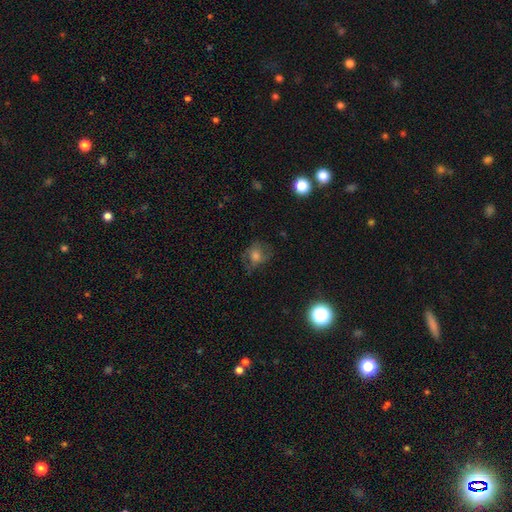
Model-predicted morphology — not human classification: The model was most divided on "how rounded": round: 57%, in between: 42%, cigar-shaped: 1%. More confident: merging — none (55%); smooth or featured — smooth (54%).